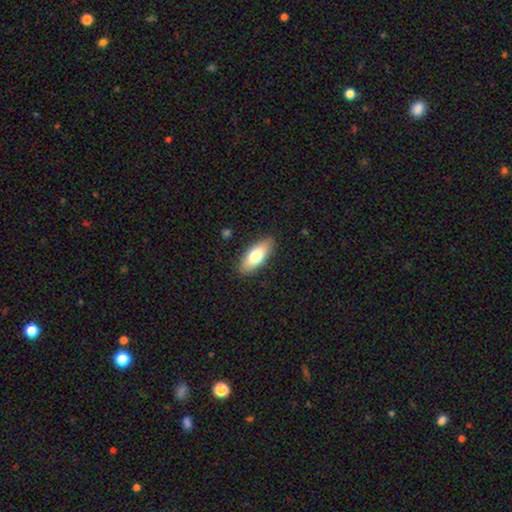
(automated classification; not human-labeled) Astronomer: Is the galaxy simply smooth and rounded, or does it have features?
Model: smooth — 72%.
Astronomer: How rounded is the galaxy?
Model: in between — 78%.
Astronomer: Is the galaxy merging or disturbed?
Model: none — 88%.